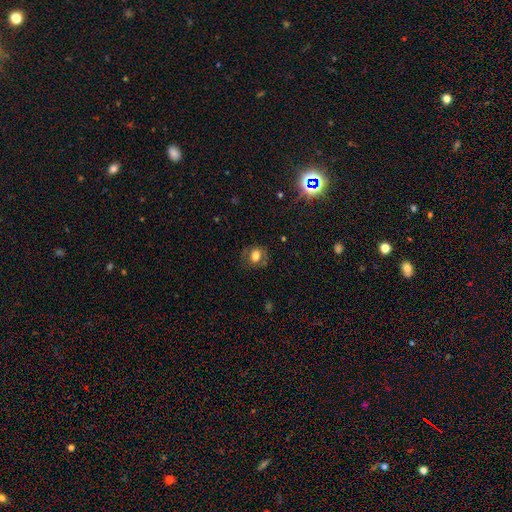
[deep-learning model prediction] smooth 68%, featured or disk 20%, star or artifact 12%. Down the decision tree: how rounded — round (61%); merging — none (73%).